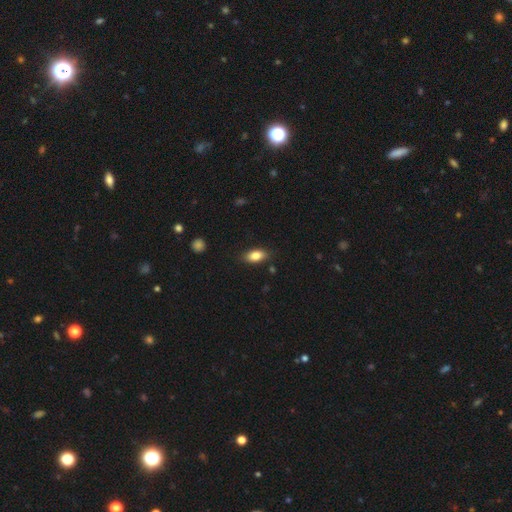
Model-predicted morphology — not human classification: A smooth galaxy with no disk features (83%) that is in between round and cigar-shaped (87%). Merging: none (83%).